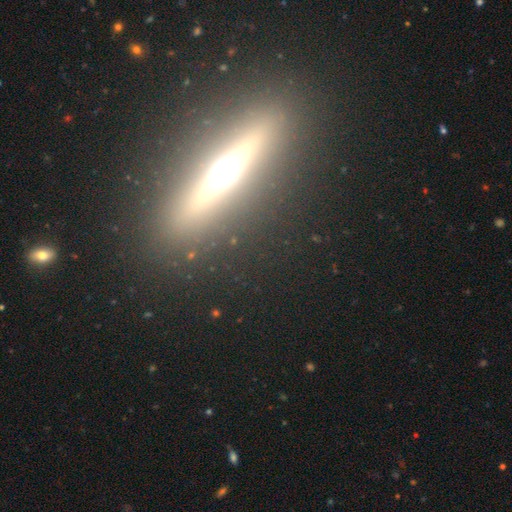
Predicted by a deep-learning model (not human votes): Smooth or featured?
  - featured or disk: 74% *
  - smooth: 17%
  - star or artifact: 9%
Edge-on disk?
  - yes: 95% *
  - no: 5%
Edge-on bulge?
  - rounded: 87% *
  - boxy: 7%
  - none: 6%
Merging?
  - none: 89% *
  - minor disturbance: 7%
  - major disturbance: 3%
  - merger: 1%